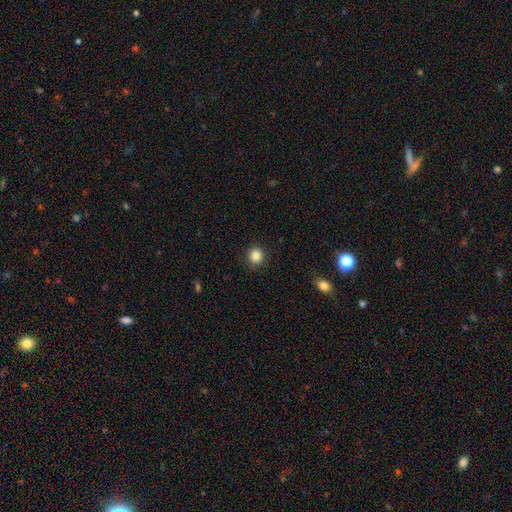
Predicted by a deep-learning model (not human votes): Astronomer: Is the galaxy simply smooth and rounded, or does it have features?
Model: smooth — 85%.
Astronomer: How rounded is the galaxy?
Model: round — 90%.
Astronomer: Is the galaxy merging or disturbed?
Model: none — 91%.